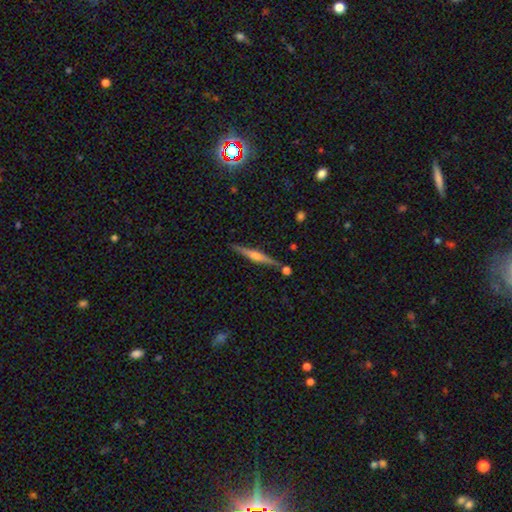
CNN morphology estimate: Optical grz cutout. It shows a featured or disk galaxy (72%) viewed edge-on (98%) with a rounded central bulge (82%). Merging: none (87%).